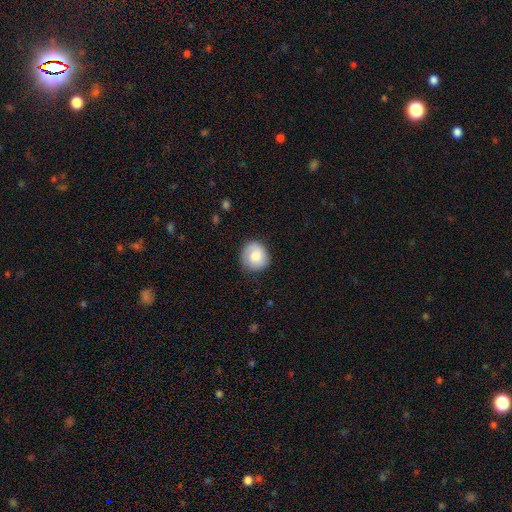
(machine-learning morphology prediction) smooth-or-featured: smooth: 73% | featured or disk: 20% | star or artifact: 7%
  how-rounded: round: 86% | in between: 13% | cigar-shaped: 1%
  merging: none: 82% | minor disturbance: 14% | major disturbance: 4% | merger: 1%